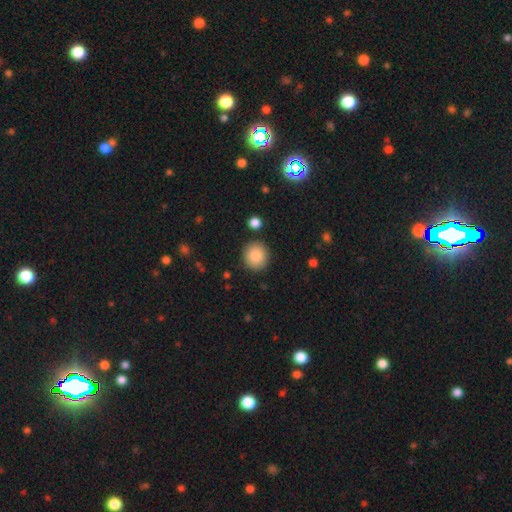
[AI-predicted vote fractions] Overall: smooth (87%). How rounded: round (90%). Merging: none (89%).